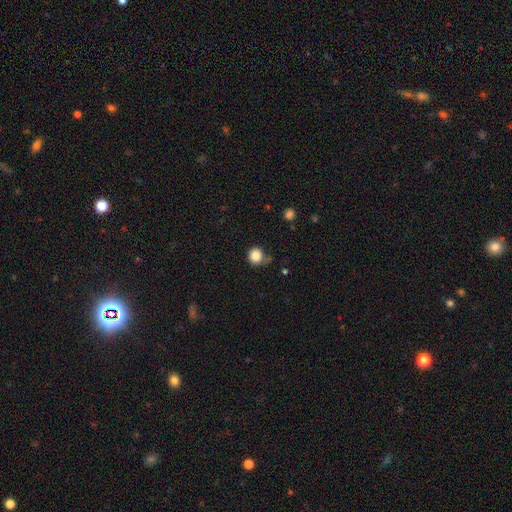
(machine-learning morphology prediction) smooth_or_featured: smooth (p=0.86) [alt: star or artifact p=0.10]
how_rounded: round (p=0.91) [alt: in between p=0.08]
merging: none (p=0.71) [alt: minor disturbance p=0.19]